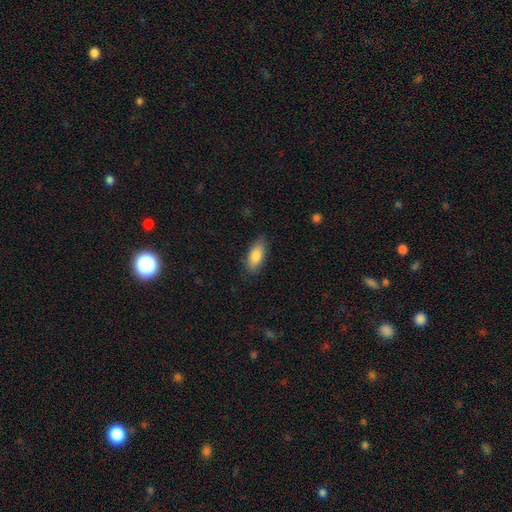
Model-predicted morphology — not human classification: Smooth or featured? Predicted: smooth (p=0.84). How rounded? Predicted: in between (p=0.84). Merging? Predicted: none (p=0.84).